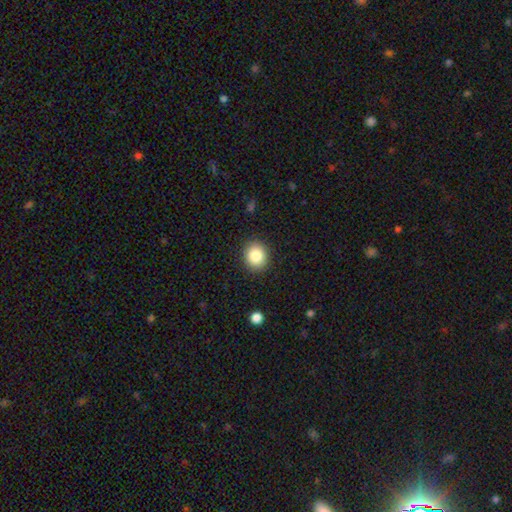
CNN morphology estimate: A smooth galaxy with no disk features (85%) that is round (74%). Merging: none (90%).